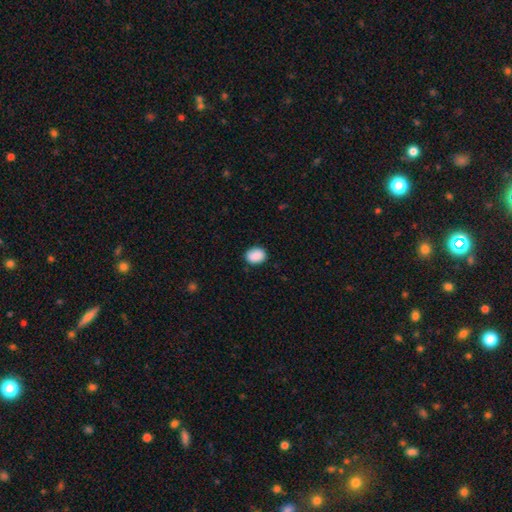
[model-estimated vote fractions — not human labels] smooth 90%, star or artifact 7%, featured or disk 3%. Down the decision tree: how rounded — in between (57%); merging — none (88%).